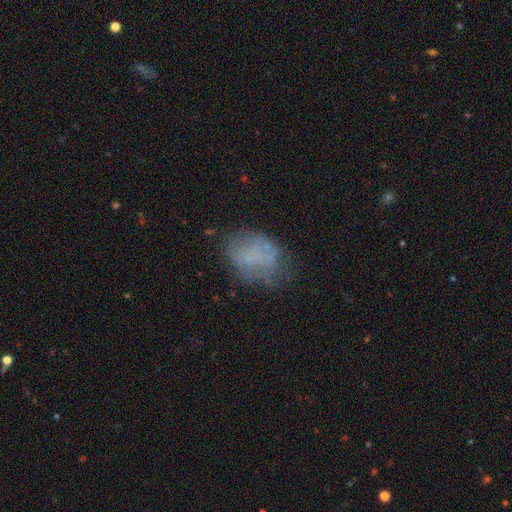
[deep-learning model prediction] smooth-or-featured: smooth: 51% | featured or disk: 35% | star or artifact: 14%
  how-rounded: in between: 73% | round: 26% | cigar-shaped: 1%
  merging: none: 52% | minor disturbance: 27% | major disturbance: 18% | merger: 3%